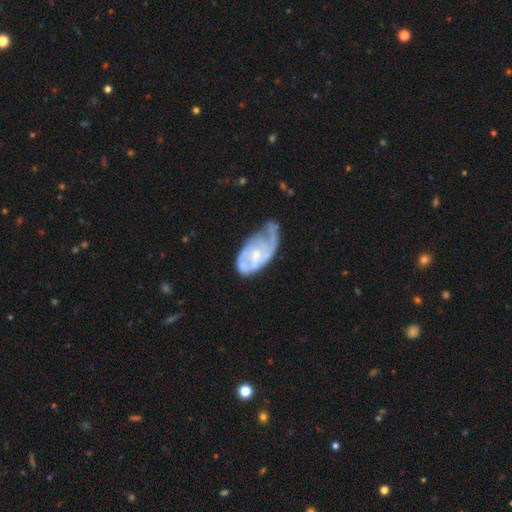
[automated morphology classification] The model was most divided on "spiral winding": medium: 39%, tight: 38%, loose: 23%. Remaining: edge-on disk — no (96%); spiral arms — yes (84%); smooth or featured — featured or disk (75%); bar — no (62%); bulge size — small (61%); spiral arm count — 2 (34%); merging — minor disturbance (33%).